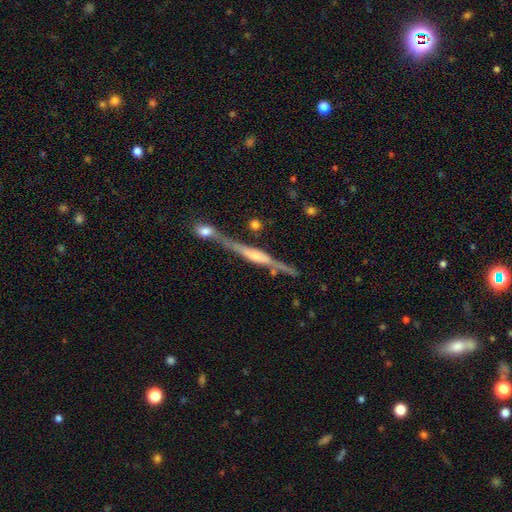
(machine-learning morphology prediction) Q: Smooth or featured?
A: featured or disk (82%); runner-up: smooth (10%)
Q: Edge-on disk?
A: yes (96%); runner-up: no (4%)
Q: Edge-on bulge?
A: rounded (64%); runner-up: none (20%)
Q: Merging?
A: none (68%); runner-up: merger (14%)